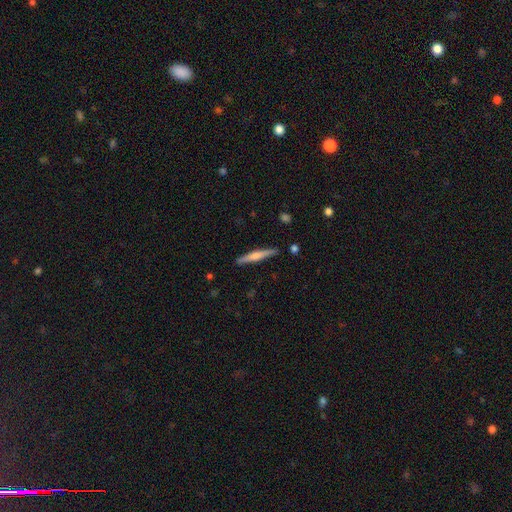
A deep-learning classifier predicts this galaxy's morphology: type=featured or disk (51%); edge-on=yes (97%); merging=none (89%).